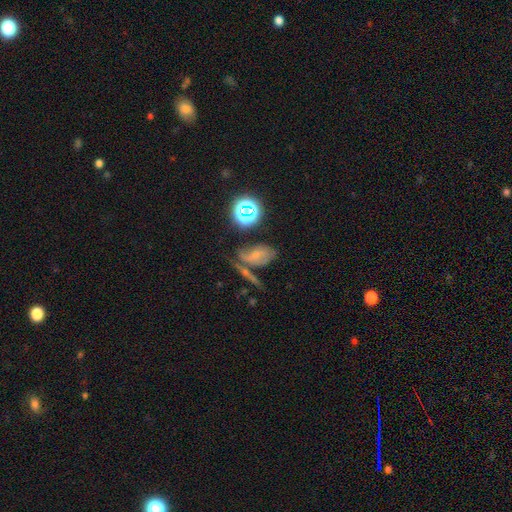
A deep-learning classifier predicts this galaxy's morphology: Smooth or featured? smooth (44%)
Merging? none (45%)